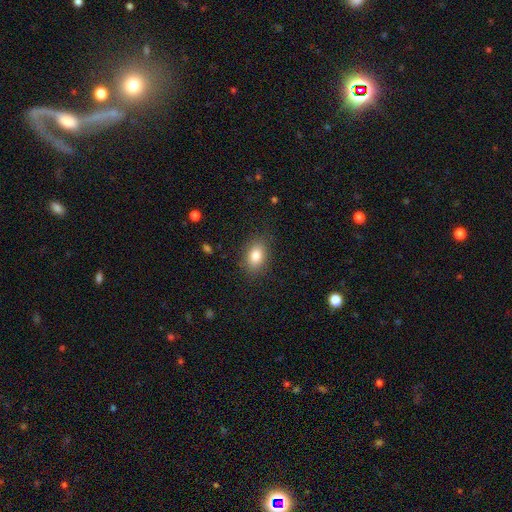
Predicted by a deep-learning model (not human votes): Morphology: type=smooth (83%); roundness=in between (83%); merging=none (85%).